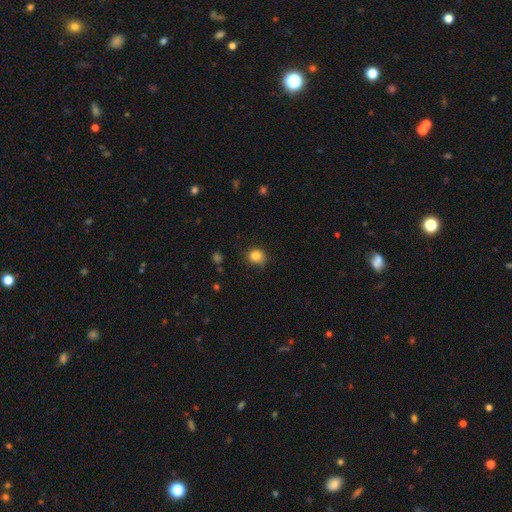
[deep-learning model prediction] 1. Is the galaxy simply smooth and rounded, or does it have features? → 83% smooth, 11% star or artifact, 5% featured or disk.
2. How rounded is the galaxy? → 80% round, 19% in between, 1% cigar-shaped.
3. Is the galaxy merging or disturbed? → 75% none, 19% minor disturbance, 4% major disturbance, 1% merger.